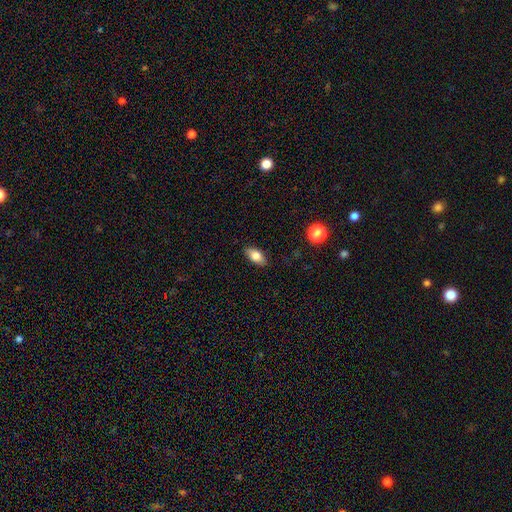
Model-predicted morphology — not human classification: Smooth or featured? smooth (79%)
How rounded? in between (89%)
Merging? none (87%)